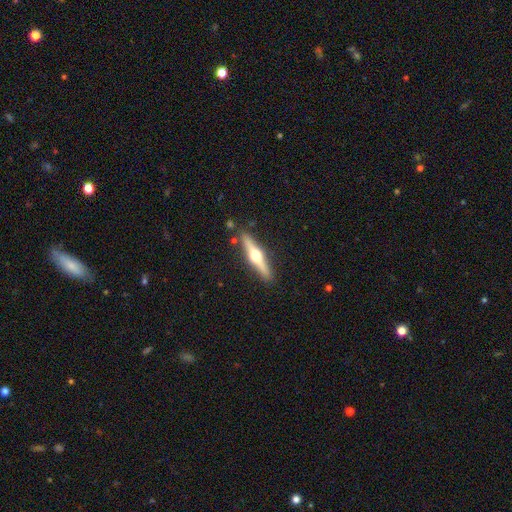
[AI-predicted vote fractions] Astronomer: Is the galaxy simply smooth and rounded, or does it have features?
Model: featured or disk — 72%.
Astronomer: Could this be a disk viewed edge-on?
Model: yes — 97%.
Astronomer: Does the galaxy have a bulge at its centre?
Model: rounded — 96%.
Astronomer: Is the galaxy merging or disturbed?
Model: none — 87%.